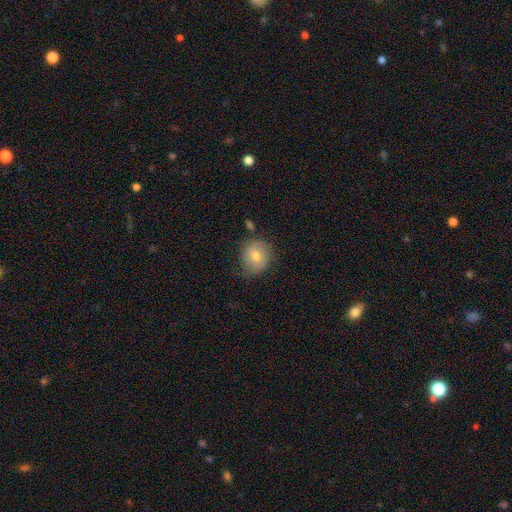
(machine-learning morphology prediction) Overall: smooth (64%; featured or disk 26%). How rounded: round (79%). Merging: none (70%).